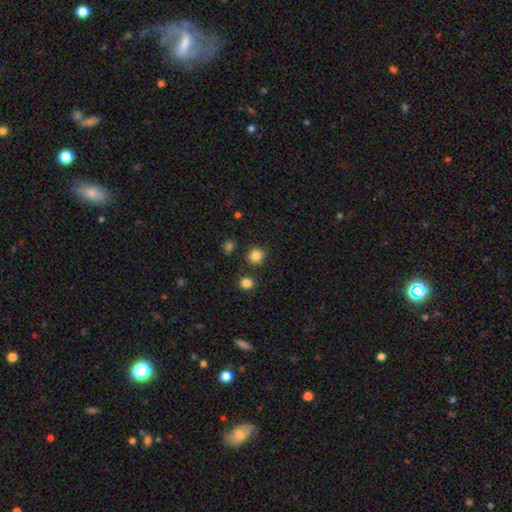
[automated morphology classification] This appears to be a smooth galaxy with no disk features (85%) that is round (85%). Merging: none (85%).